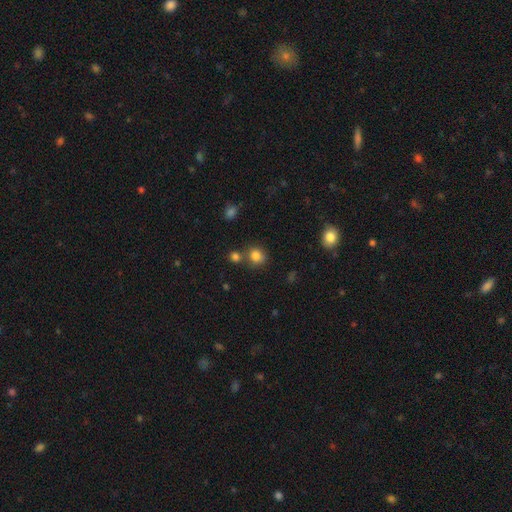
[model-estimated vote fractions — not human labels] This is clearly a smooth galaxy (81%). How rounded: clearly round (82%). Merging: likely none (67%).